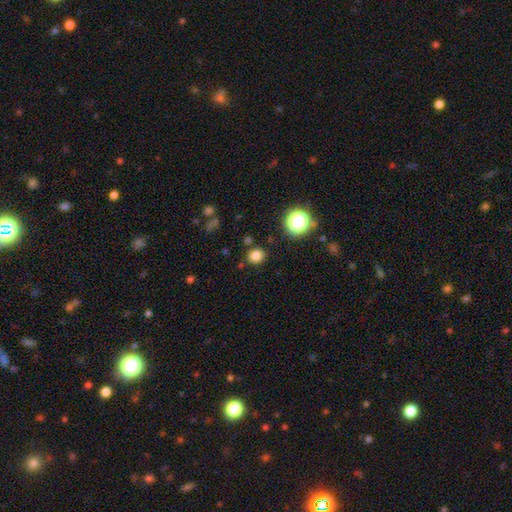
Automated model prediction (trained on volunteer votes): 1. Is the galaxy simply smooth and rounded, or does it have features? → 79% smooth, 15% star or artifact, 6% featured or disk.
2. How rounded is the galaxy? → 80% round, 19% in between, 1% cigar-shaped.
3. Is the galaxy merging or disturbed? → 86% none, 8% minor disturbance, 3% merger, 3% major disturbance.